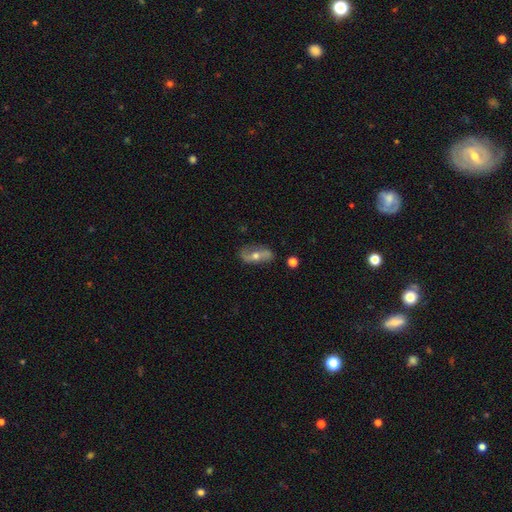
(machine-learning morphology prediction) Overall: featured or disk (67%). Edge-on disk: no (78%). Bar: no (44%; strong 29%). Spiral arms: yes (72%). Bulge size: moderate (70%). Merging: none (77%).